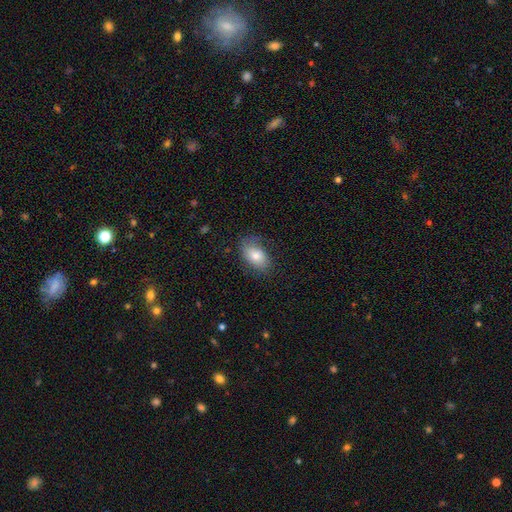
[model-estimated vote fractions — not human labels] smooth 77%, featured or disk 15%, star or artifact 8%. Down the decision tree: how rounded — in between (90%); merging — none (71%).